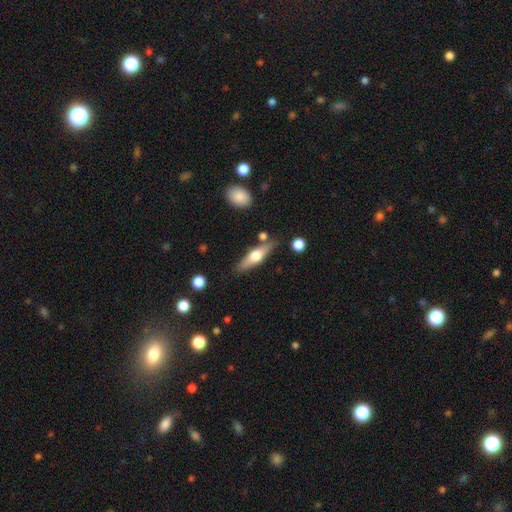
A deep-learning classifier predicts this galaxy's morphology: Smooth or featured: featured or disk — 54% (smooth — 41%)
Edge-on disk: yes — 93% (no — 7%)
Merging: none — 80% (minor disturbance — 12%)